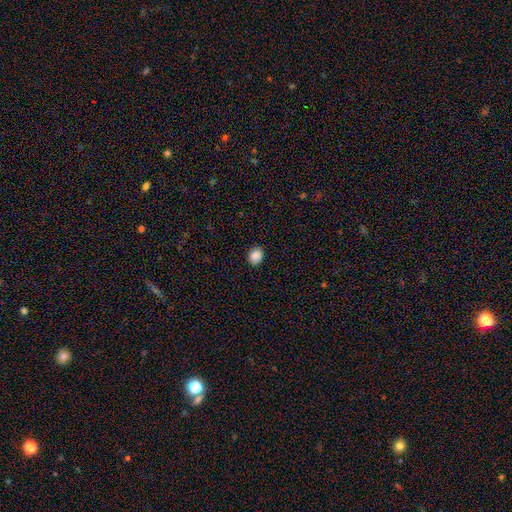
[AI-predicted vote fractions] Q: Smooth or featured?
A: smooth (87%); runner-up: star or artifact (9%)
Q: How rounded?
A: round (65%); runner-up: in between (34%)
Q: Merging?
A: none (89%); runner-up: minor disturbance (8%)